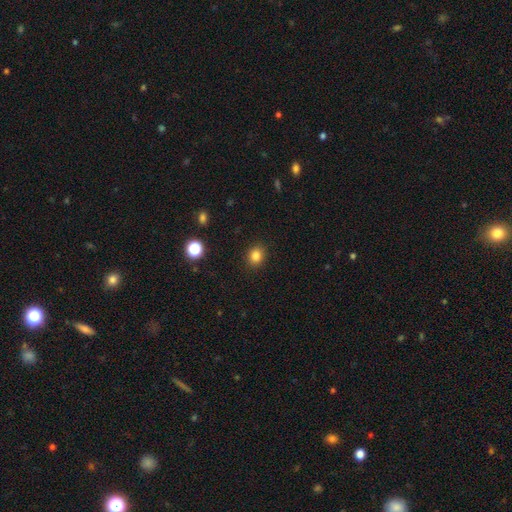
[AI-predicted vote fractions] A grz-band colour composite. It shows a smooth galaxy with no disk features (83%) that is round (71%). Merging: none (90%).